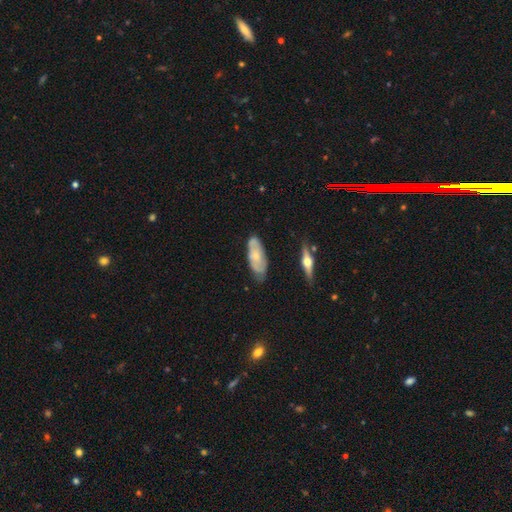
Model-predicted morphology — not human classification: featured or disk 51%, smooth 43%, star or artifact 6%. Down the decision tree: edge-on disk — no (78%); merging — none (71%).